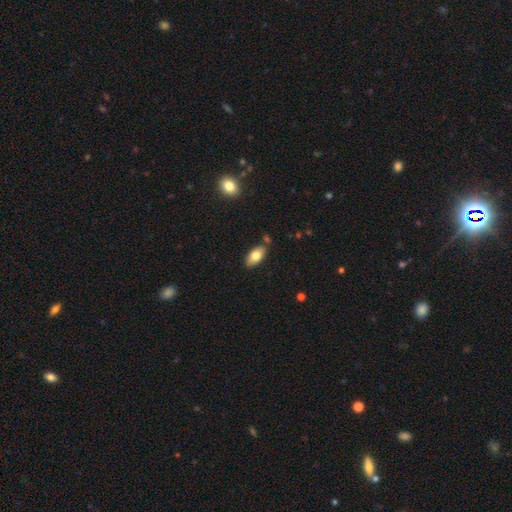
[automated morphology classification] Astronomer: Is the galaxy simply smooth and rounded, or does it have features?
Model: smooth — 80%.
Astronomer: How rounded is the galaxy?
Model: in between — 91%.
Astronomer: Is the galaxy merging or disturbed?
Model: none — 79%.